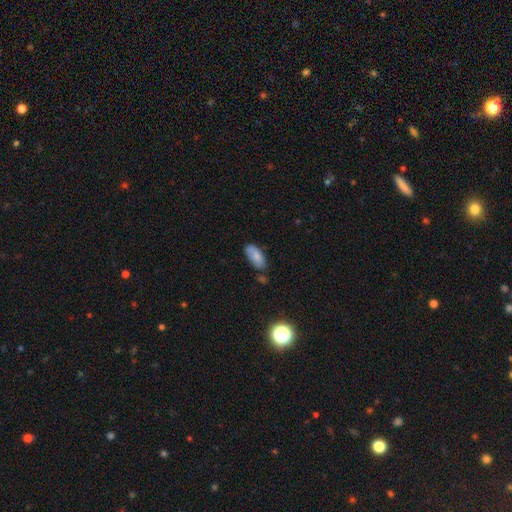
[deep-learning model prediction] smooth 78%, featured or disk 14%, star or artifact 8%. Down the decision tree: how rounded — in between (89%); merging — none (63%).